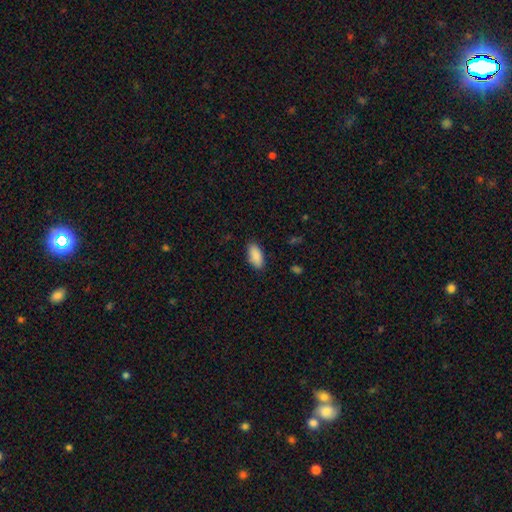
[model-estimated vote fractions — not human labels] The model was most divided on "merging": none: 86%, minor disturbance: 10%, major disturbance: 2%, merger: 1%. More confident: smooth or featured — smooth (90%); how rounded — in between (89%).